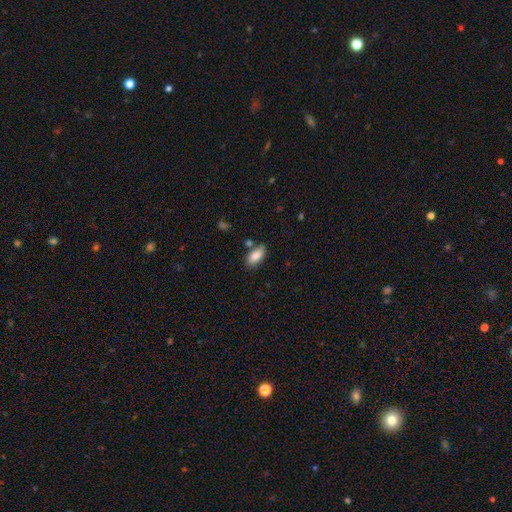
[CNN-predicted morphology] A smooth galaxy with no disk features (87%) that is in between round and cigar-shaped (91%). Merging: none (74%).